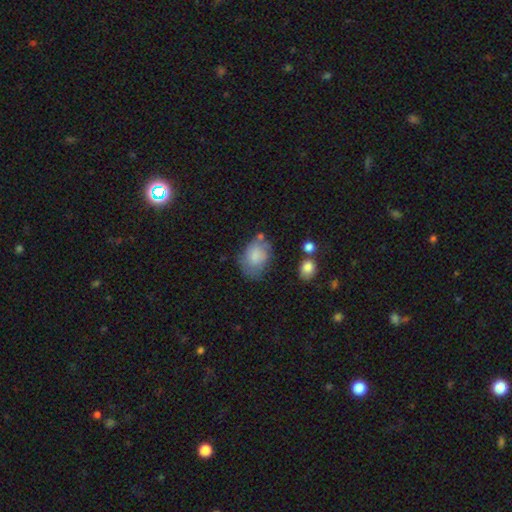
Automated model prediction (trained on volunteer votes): smooth_or_featured: smooth (p=0.73) [alt: featured or disk p=0.19]
how_rounded: in between (p=0.75) [alt: round p=0.24]
merging: none (p=0.54) [alt: minor disturbance p=0.28]